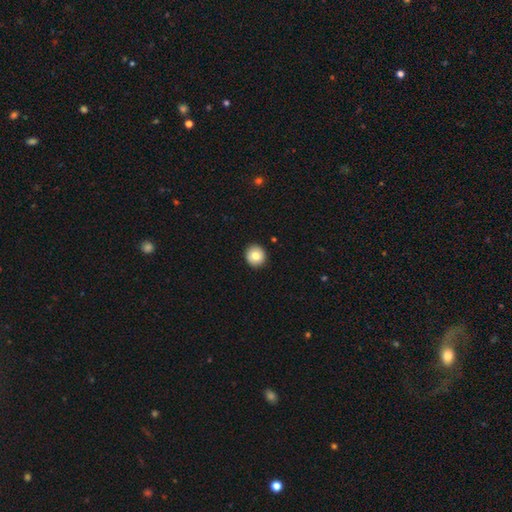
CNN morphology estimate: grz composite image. It shows a smooth galaxy with no disk features (80%) that is round (94%). Merging: none (92%).